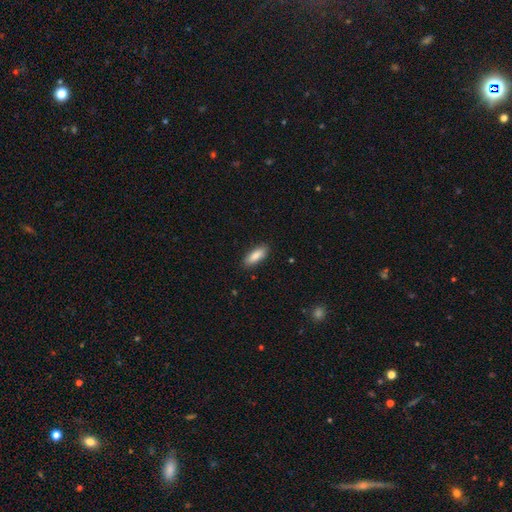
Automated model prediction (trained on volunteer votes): smooth_or_featured: smooth (p=0.87) [alt: featured or disk p=0.07]
how_rounded: in between (p=0.68) [alt: cigar-shaped p=0.30]
merging: none (p=0.88) [alt: minor disturbance p=0.09]